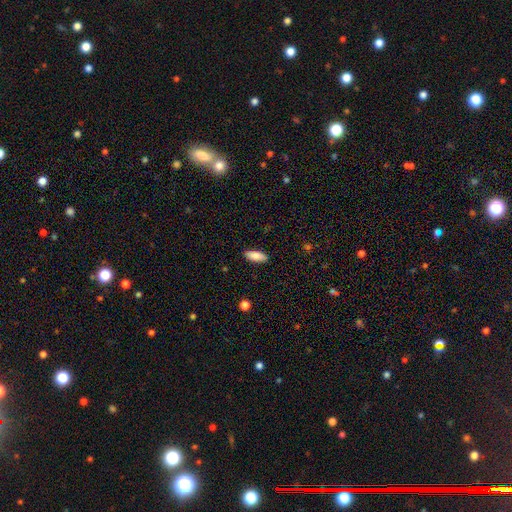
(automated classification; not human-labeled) Morphology: type=smooth (86%); roundness=in between (74%); merging=none (89%).